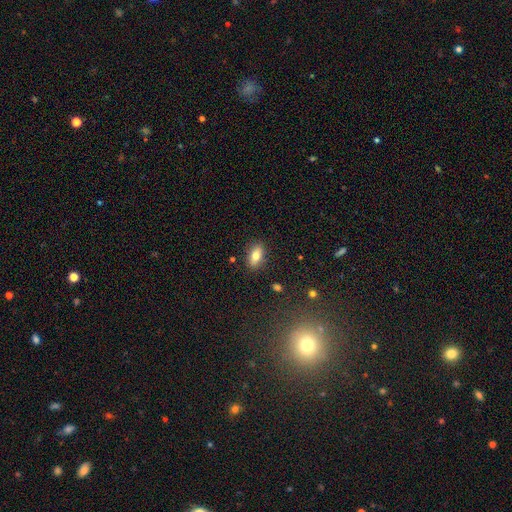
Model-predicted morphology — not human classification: Smooth or featured?
  - smooth: 76% *
  - featured or disk: 16%
  - star or artifact: 8%
How rounded?
  - in between: 86% *
  - cigar-shaped: 9%
  - round: 6%
Merging?
  - none: 86% *
  - minor disturbance: 10%
  - major disturbance: 2%
  - merger: 2%